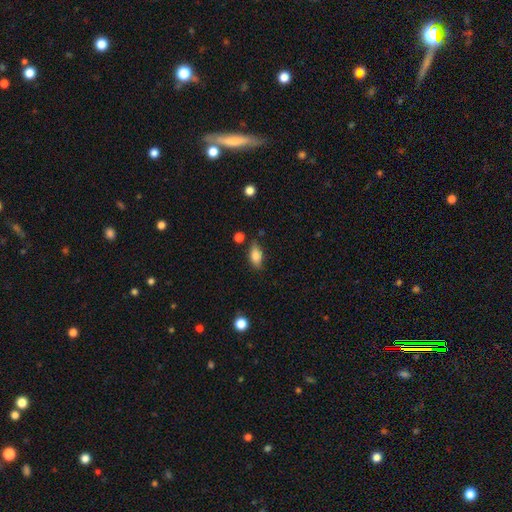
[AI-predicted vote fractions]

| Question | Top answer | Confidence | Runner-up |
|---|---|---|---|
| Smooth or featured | smooth | 78% | featured or disk (14%) |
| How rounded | in between | 85% | cigar-shaped (10%) |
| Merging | none | 75% | minor disturbance (18%) |